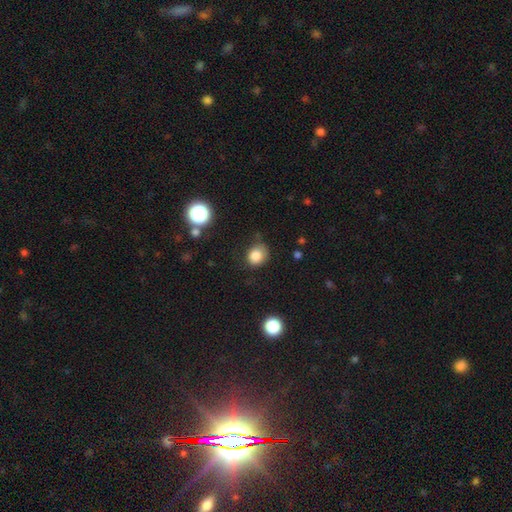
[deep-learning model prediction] This appears to be a smooth galaxy with no disk features (83%) that is round (67%). Merging: none (62%).